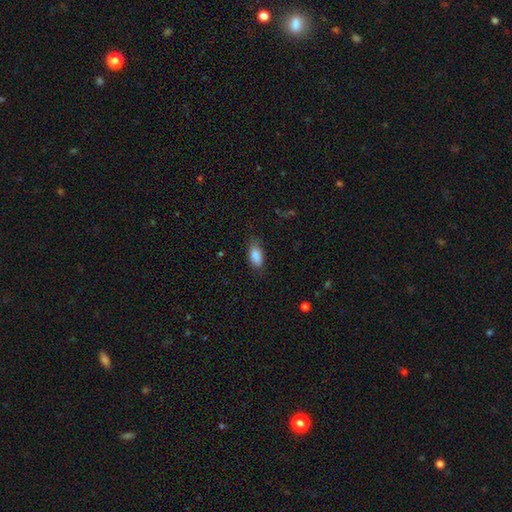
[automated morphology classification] The model was most divided on "merging": none: 74%, minor disturbance: 20%, major disturbance: 5%, merger: 1%. More confident: how rounded — in between (91%); smooth or featured — smooth (87%).